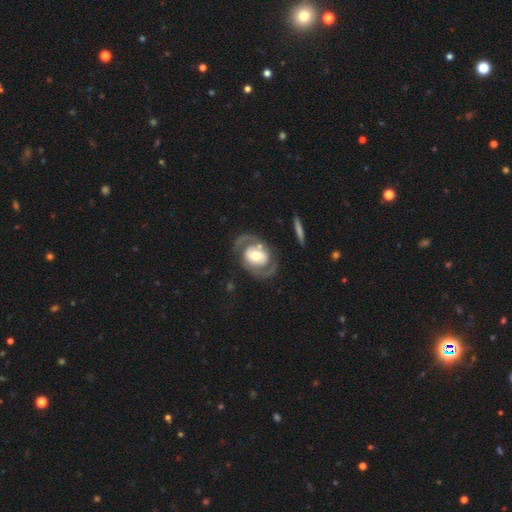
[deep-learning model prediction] featured or disk 80%, smooth 16%, star or artifact 5%. Down the decision tree: edge-on disk — no (96%); bar — no (49%); spiral arms — yes (85%); spiral arm count — 2 (87%); spiral winding — medium (49%); bulge size — moderate (63%); merging — none (72%).